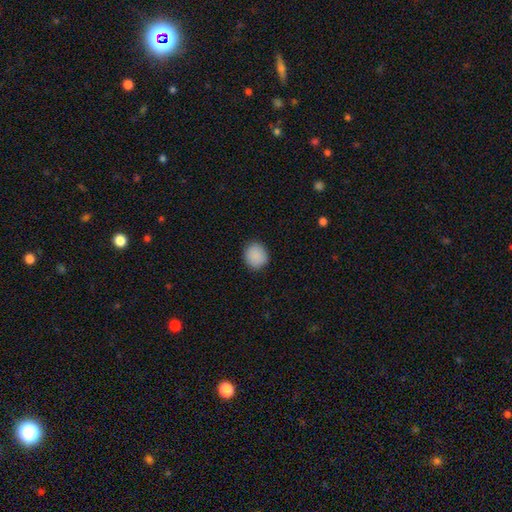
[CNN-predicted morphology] Q: Smooth or featured?
A: smooth (89%); runner-up: star or artifact (8%)
Q: How rounded?
A: round (84%); runner-up: in between (15%)
Q: Merging?
A: none (89%); runner-up: minor disturbance (8%)